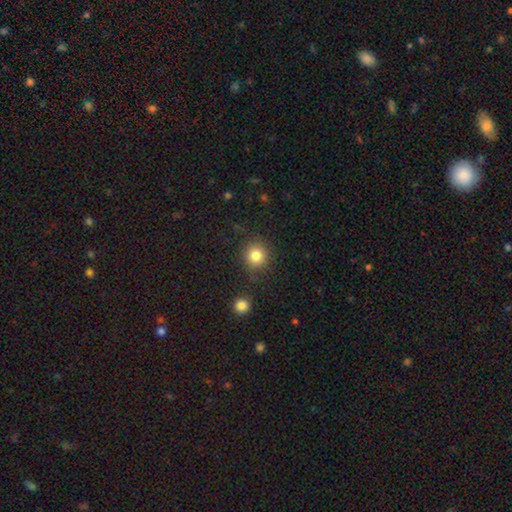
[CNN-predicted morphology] Smooth or featured?
  - smooth: 82% *
  - star or artifact: 11%
  - featured or disk: 6%
How rounded?
  - round: 92% *
  - in between: 7%
  - cigar-shaped: 1%
Merging?
  - none: 84% *
  - minor disturbance: 9%
  - major disturbance: 3%
  - merger: 3%